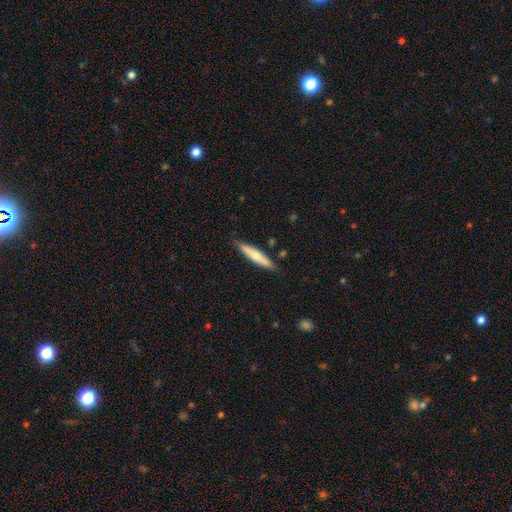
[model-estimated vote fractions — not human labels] Smooth or featured: smooth — 55% (featured or disk — 39%)
How rounded: cigar-shaped — 87% (in between — 11%)
Merging: none — 85% (minor disturbance — 11%)